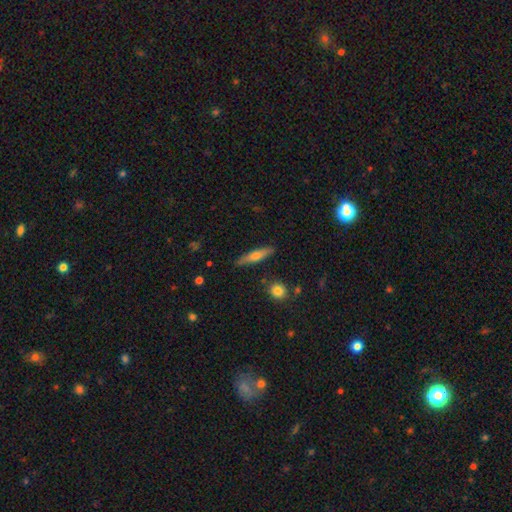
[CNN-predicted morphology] Overall: smooth (61%; featured or disk 33%). How rounded: cigar-shaped (80%). Merging: none (85%).